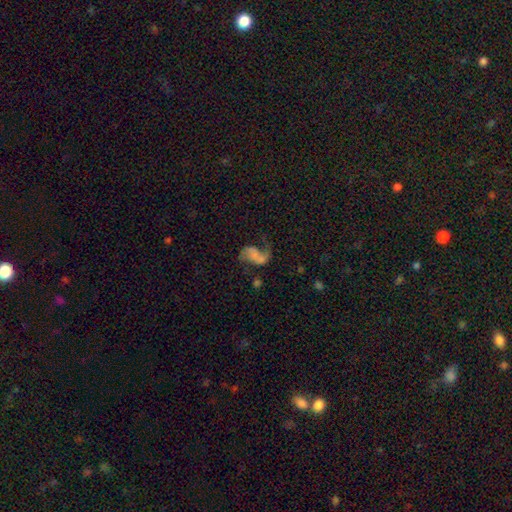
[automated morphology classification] This appears to be a featured or disk galaxy (63%) with no bar (60%), spiral arms (81%) and no central bulge (68%). Merging: none (39%).